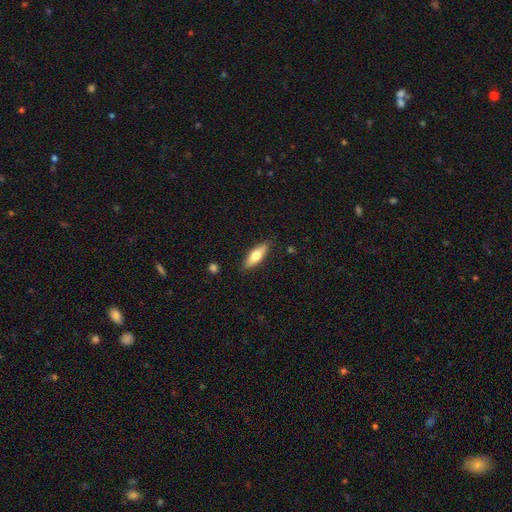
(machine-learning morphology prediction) smooth-or-featured: smooth: 67% | featured or disk: 27% | star or artifact: 6%
  how-rounded: in between: 60% | cigar-shaped: 37% | round: 2%
  merging: none: 87% | minor disturbance: 10% | major disturbance: 2% | merger: 1%